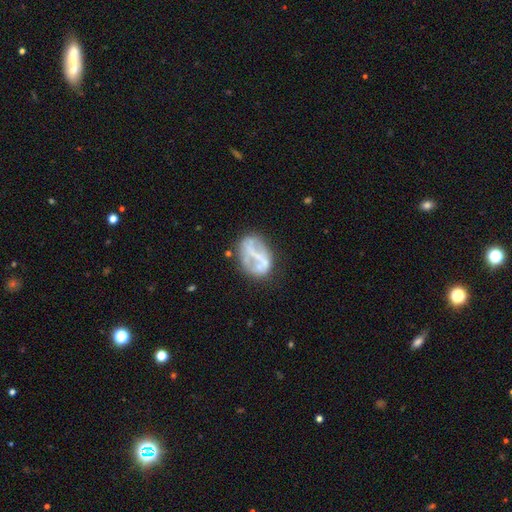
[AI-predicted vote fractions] Smooth or featured? featured or disk (63%)
Edge-on disk? no (96%)
Bar? strong (41%)
Spiral arms? no (71%)
Bulge size? none (59%)
Merging? none (52%)